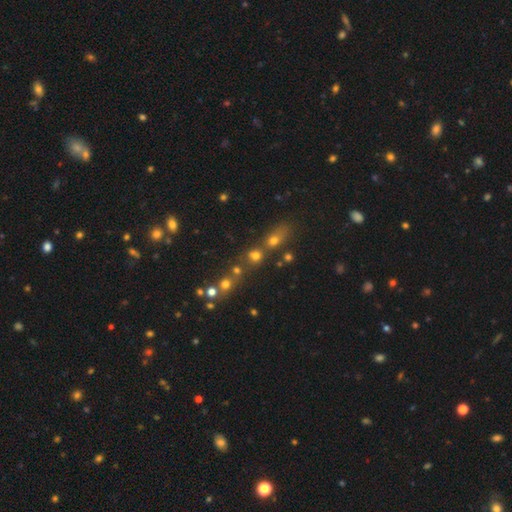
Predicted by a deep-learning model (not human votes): Overall: smooth (53%; star or artifact 32%). How rounded: round (71%). Merging: none (46%; merger 41%).